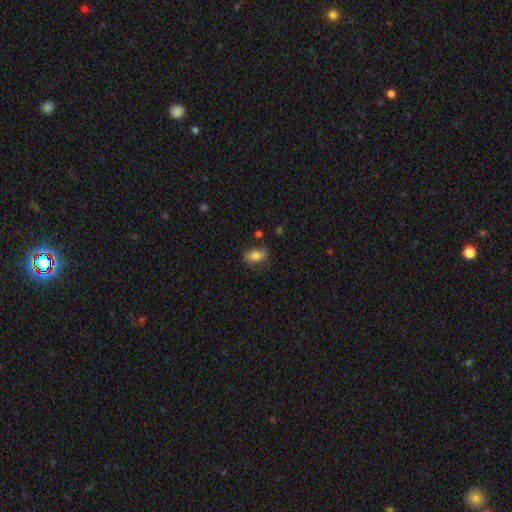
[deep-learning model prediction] Smooth or featured?
  - smooth: 78% *
  - featured or disk: 14%
  - star or artifact: 8%
How rounded?
  - in between: 85% *
  - round: 12%
  - cigar-shaped: 3%
Merging?
  - none: 72% *
  - minor disturbance: 20%
  - major disturbance: 5%
  - merger: 3%